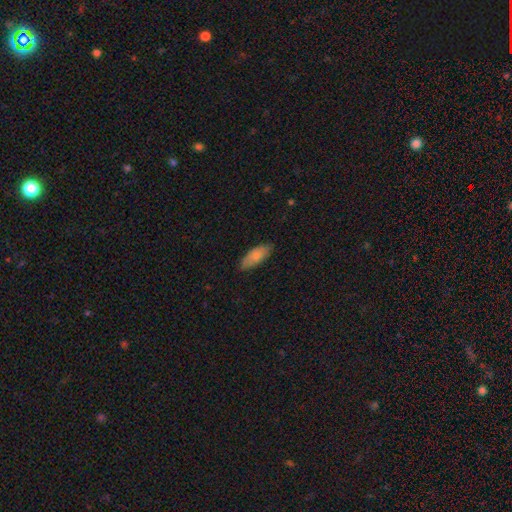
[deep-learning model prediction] Smooth or featured: smooth — 81% (featured or disk — 13%)
How rounded: in between — 80% (cigar-shaped — 18%)
Merging: none — 80% (minor disturbance — 16%)